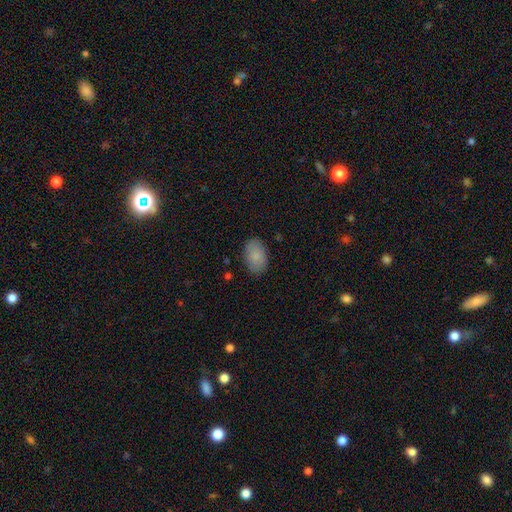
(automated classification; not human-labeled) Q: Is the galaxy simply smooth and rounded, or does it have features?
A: smooth — 86%.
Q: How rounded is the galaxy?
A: in between — 90%.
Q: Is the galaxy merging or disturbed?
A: none — 84%.